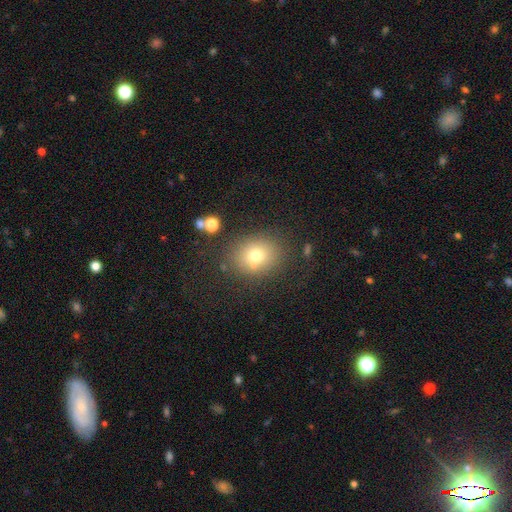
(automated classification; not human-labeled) smooth 73%, star or artifact 14%, featured or disk 14%. Down the decision tree: how rounded — round (59%); merging — none (75%).